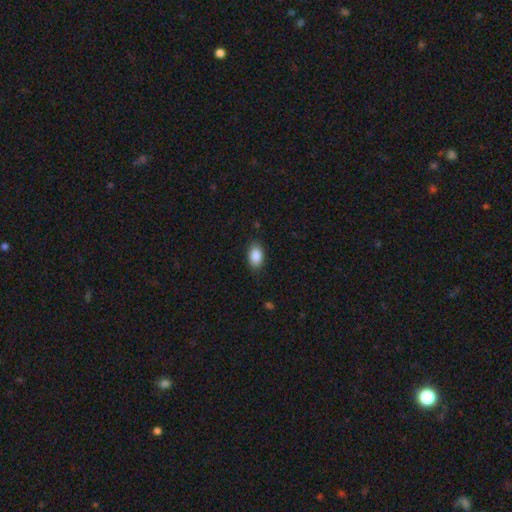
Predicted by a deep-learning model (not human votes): Smooth or featured? smooth (88%)
How rounded? in between (89%)
Merging? none (84%)